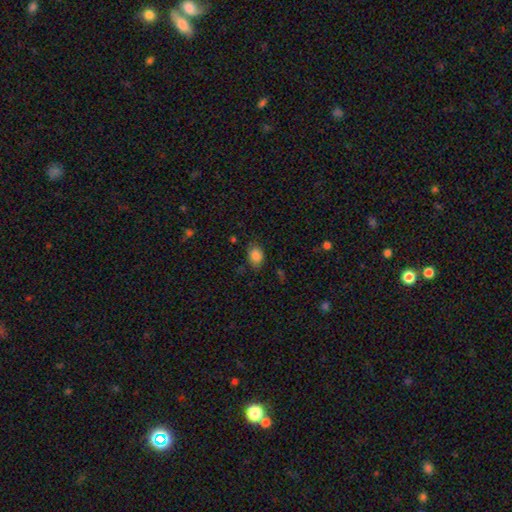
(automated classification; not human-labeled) This is clearly a smooth galaxy (86%). How rounded: likely in between (71%). Merging: likely none (75%).